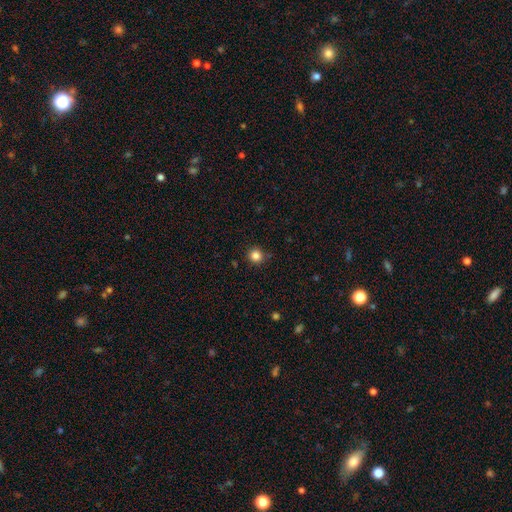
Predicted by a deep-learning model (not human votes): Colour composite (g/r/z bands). It shows a smooth galaxy with no disk features (84%) that is round (93%). Merging: none (87%).